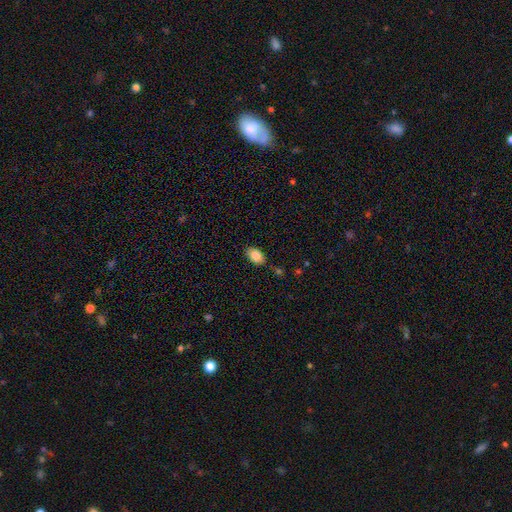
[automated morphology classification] Smooth or featured?
  - smooth: 85% *
  - star or artifact: 8%
  - featured or disk: 7%
How rounded?
  - in between: 88% *
  - round: 11%
  - cigar-shaped: 1%
Merging?
  - none: 79% *
  - minor disturbance: 15%
  - merger: 3%
  - major disturbance: 3%